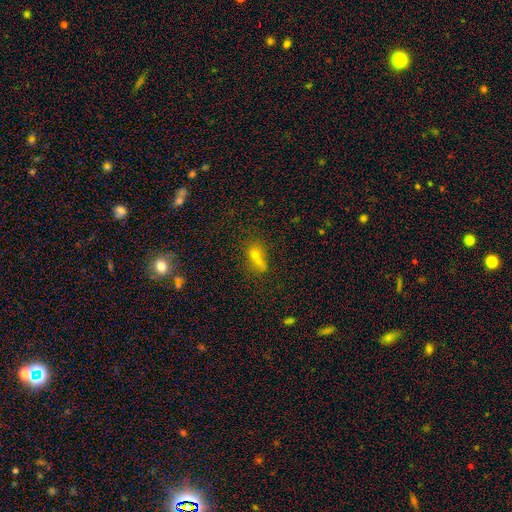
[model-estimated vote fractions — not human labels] Smooth or featured? Predicted: smooth (p=0.60). How rounded? Predicted: in between (p=0.50). Merging? Predicted: merger (p=0.42).